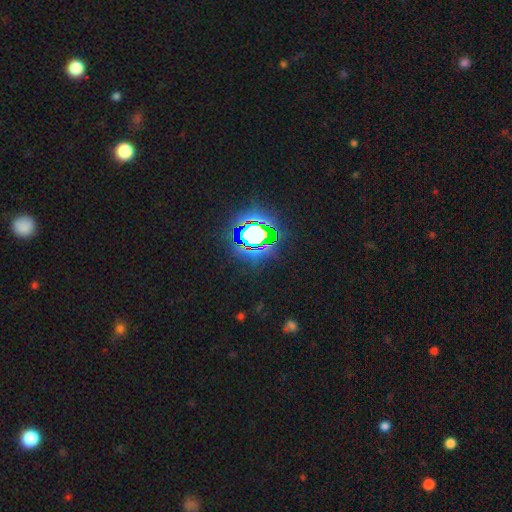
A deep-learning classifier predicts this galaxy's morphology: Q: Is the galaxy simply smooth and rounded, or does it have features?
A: star or artifact — 82%.